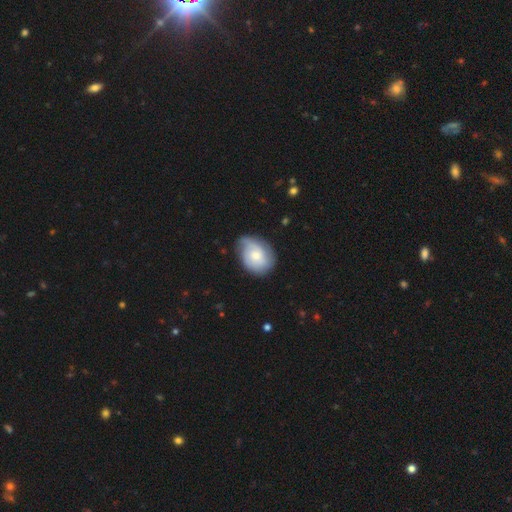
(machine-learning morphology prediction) A smooth galaxy with no disk features (50%).

Vote fractions:
- Smooth or featured? smooth: 50% / featured or disk: 44% / star or artifact: 6%
- Merging? none: 58% / minor disturbance: 31% / major disturbance: 9% / merger: 2%